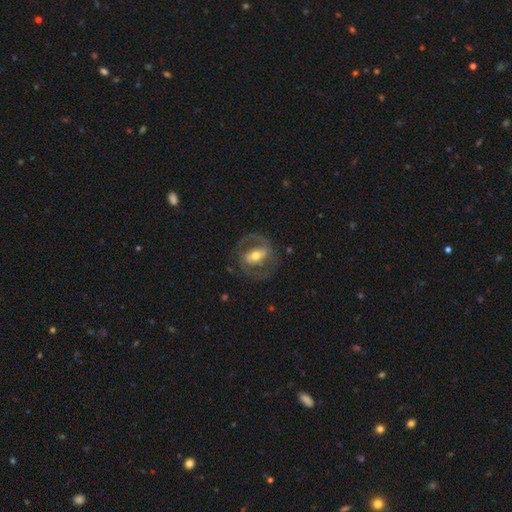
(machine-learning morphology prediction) Smooth or featured?
  - featured or disk: 76% *
  - smooth: 18%
  - star or artifact: 6%
Edge-on disk?
  - no: 94% *
  - yes: 6%
Bar?
  - strong: 46% *
  - weak: 32%
  - no: 22%
Spiral arms?
  - yes: 72% *
  - no: 28%
Spiral winding?
  - medium: 50% *
  - tight: 29%
  - loose: 21%
Spiral arm count?
  - 2: 82% *
  - can't tell: 9%
  - 1: 6%
  - 3: 1%
  - 4: 1%
  - more than 4: 1%
Bulge size?
  - moderate: 67% *
  - small: 20%
  - large: 10%
  - dominant: 1%
  - none: 1%
Merging?
  - none: 72% *
  - minor disturbance: 14%
  - major disturbance: 13%
  - merger: 2%